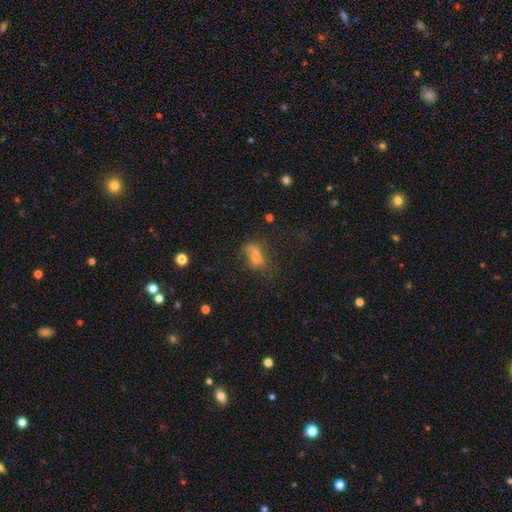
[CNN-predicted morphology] smooth-or-featured: smooth: 66% | featured or disk: 18% | star or artifact: 16%
  how-rounded: in between: 84% | cigar-shaped: 9% | round: 7%
  merging: none: 35% | major disturbance: 33% | minor disturbance: 25% | merger: 6%